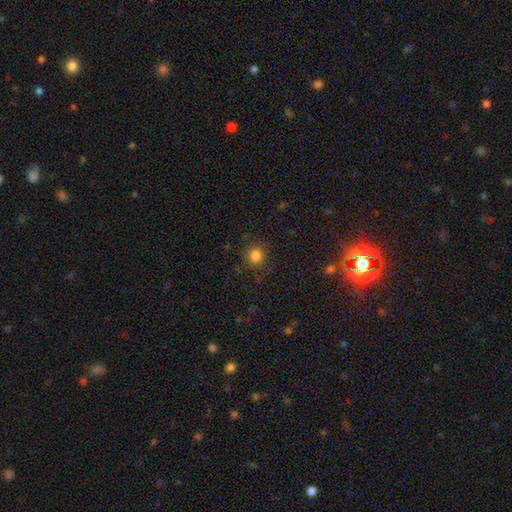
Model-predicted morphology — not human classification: type=smooth (82%); roundness=round (92%); merging=none (85%).